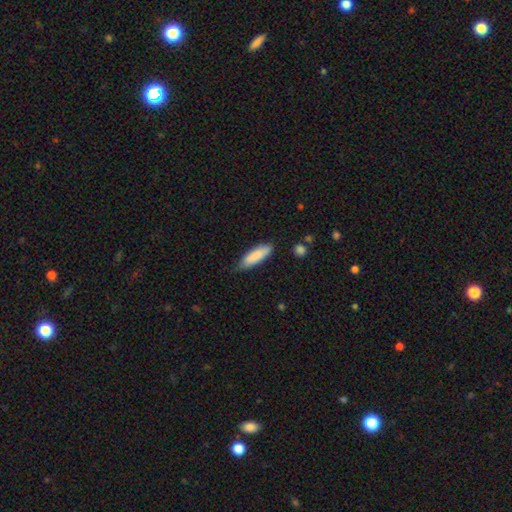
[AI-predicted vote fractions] A smooth galaxy with no disk features (86%) that is cigar-shaped (52%).

Vote fractions:
- Smooth or featured? smooth: 86% / featured or disk: 8% / star or artifact: 6%
- How rounded? cigar-shaped: 52% / in between: 46% / round: 2%
- Merging? none: 73% / minor disturbance: 21% / major disturbance: 3% / merger: 2%